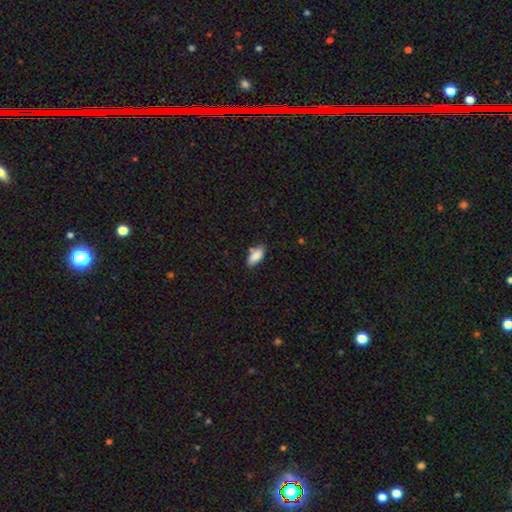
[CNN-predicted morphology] A smooth galaxy with no disk features (86%) that is in between round and cigar-shaped (85%). Merging: none (69%).